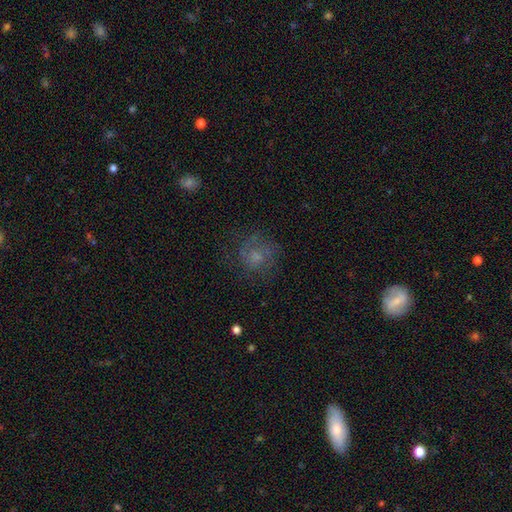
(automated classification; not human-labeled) This appears to be a smooth galaxy with no disk features (44%). Merging: none (62%).